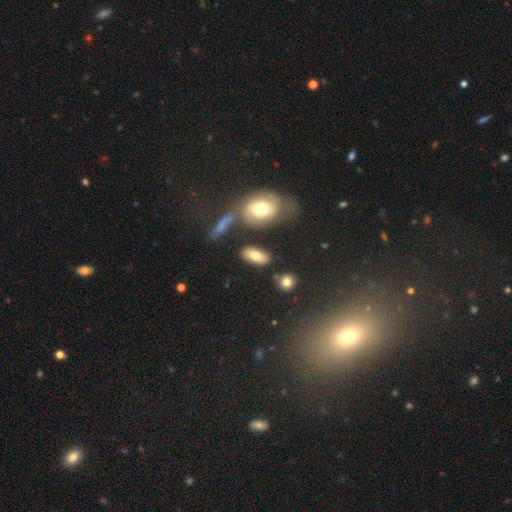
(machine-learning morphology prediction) smooth_or_featured: smooth (p=0.77) [alt: featured or disk p=0.15]
how_rounded: in between (p=0.83) [alt: cigar-shaped p=0.11]
merging: none (p=0.75) [alt: minor disturbance p=0.12]